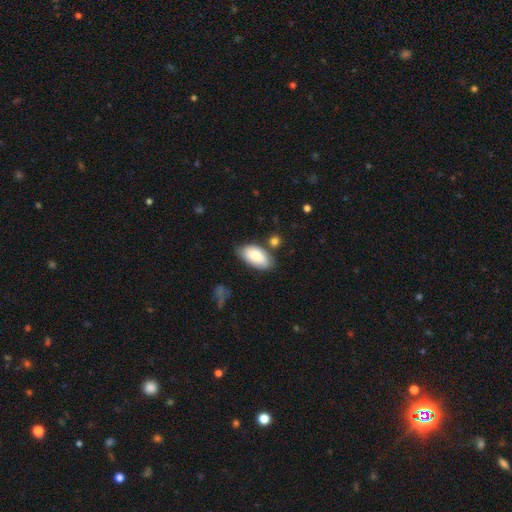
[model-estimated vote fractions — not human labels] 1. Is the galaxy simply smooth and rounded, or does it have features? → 79% smooth, 15% featured or disk, 6% star or artifact.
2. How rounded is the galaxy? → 95% in between, 3% round, 2% cigar-shaped.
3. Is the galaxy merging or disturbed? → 69% none, 20% minor disturbance, 7% merger, 4% major disturbance.